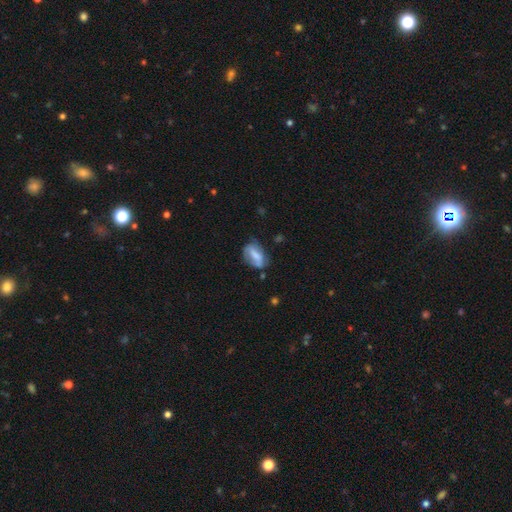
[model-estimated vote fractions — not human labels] Smooth or featured: smooth — 55% (featured or disk — 38%)
How rounded: in between — 84% (round — 9%)
Merging: none — 55% (minor disturbance — 30%)